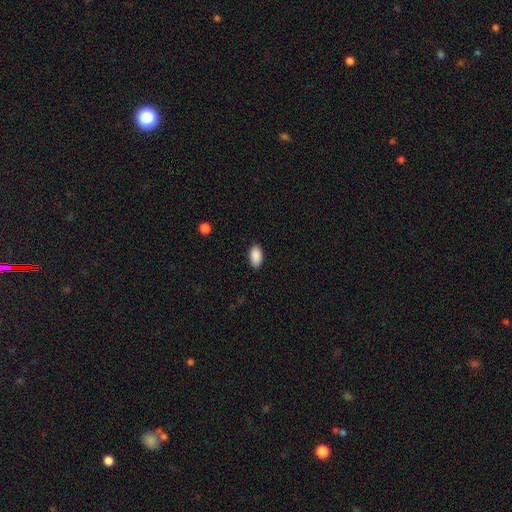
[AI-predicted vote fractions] Q: Smooth or featured?
A: smooth (90%); runner-up: star or artifact (7%)
Q: How rounded?
A: in between (94%); runner-up: round (4%)
Q: Merging?
A: none (87%); runner-up: minor disturbance (10%)